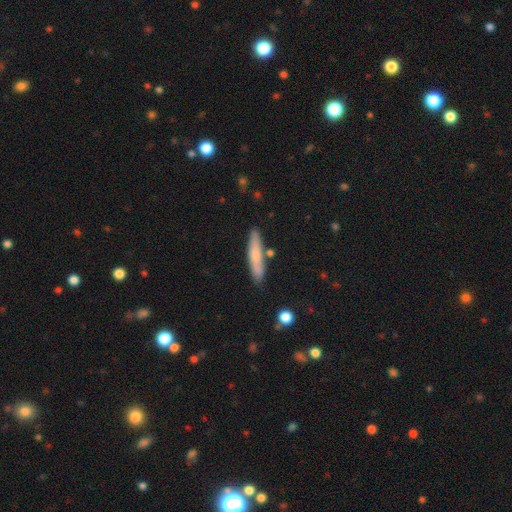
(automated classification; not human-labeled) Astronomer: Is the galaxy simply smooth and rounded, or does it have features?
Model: smooth — 70%.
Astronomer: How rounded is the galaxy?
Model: cigar-shaped — 87%.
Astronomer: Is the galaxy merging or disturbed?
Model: none — 79%.